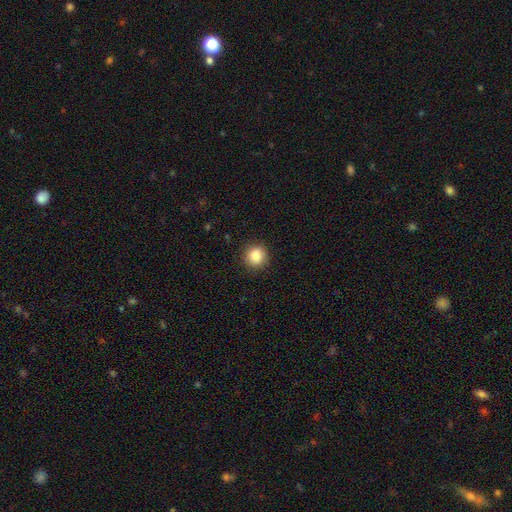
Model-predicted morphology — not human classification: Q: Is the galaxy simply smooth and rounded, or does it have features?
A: smooth — 87%.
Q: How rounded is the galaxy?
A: round — 92%.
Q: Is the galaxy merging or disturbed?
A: none — 90%.